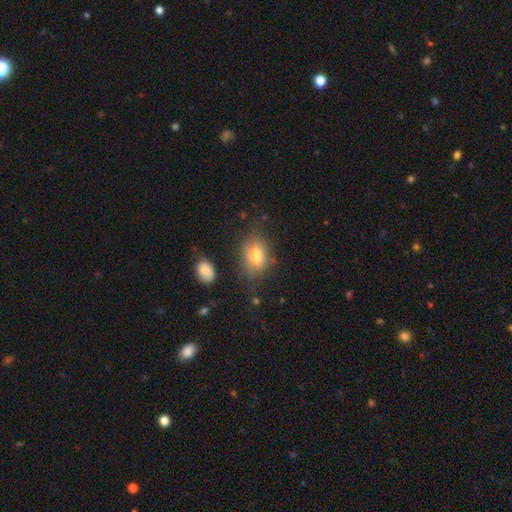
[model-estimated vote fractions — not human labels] Overall: smooth (70%). How rounded: in between (80%). Merging: none (66%).